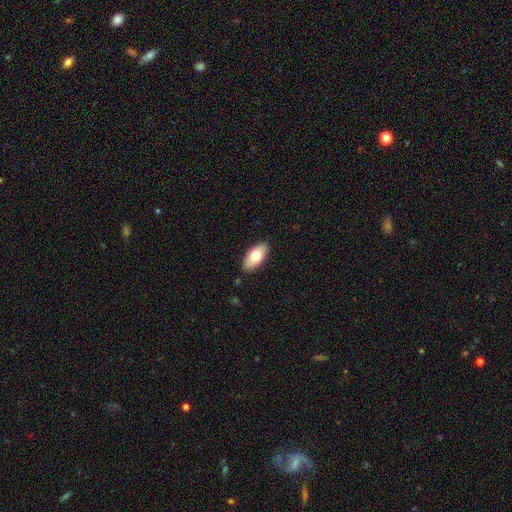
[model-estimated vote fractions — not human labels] This is likely a smooth galaxy (74%). How rounded: clearly in between (92%). Merging: clearly none (88%).